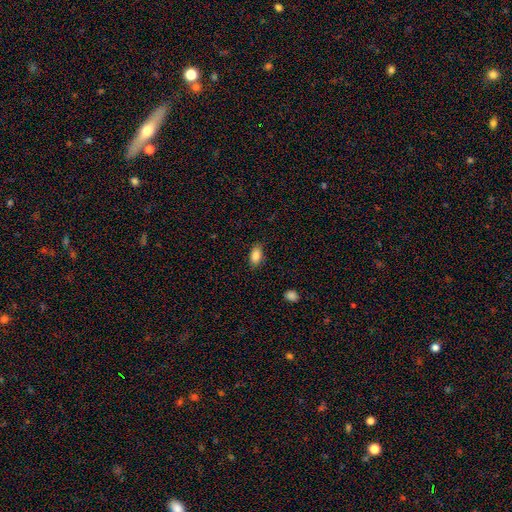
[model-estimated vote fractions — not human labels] A smooth galaxy with no disk features (86%) that is in between round and cigar-shaped (90%).

Vote fractions:
- Smooth or featured? smooth: 86% / star or artifact: 8% / featured or disk: 6%
- How rounded? in between: 90% / round: 7% / cigar-shaped: 4%
- Merging? none: 83% / minor disturbance: 13% / major disturbance: 3% / merger: 1%